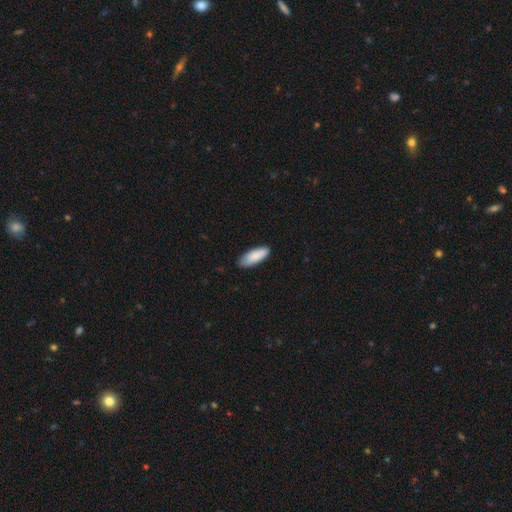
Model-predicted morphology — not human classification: Q: Smooth or featured?
A: smooth (88%); runner-up: featured or disk (7%)
Q: How rounded?
A: in between (69%); runner-up: cigar-shaped (29%)
Q: Merging?
A: none (84%); runner-up: minor disturbance (13%)